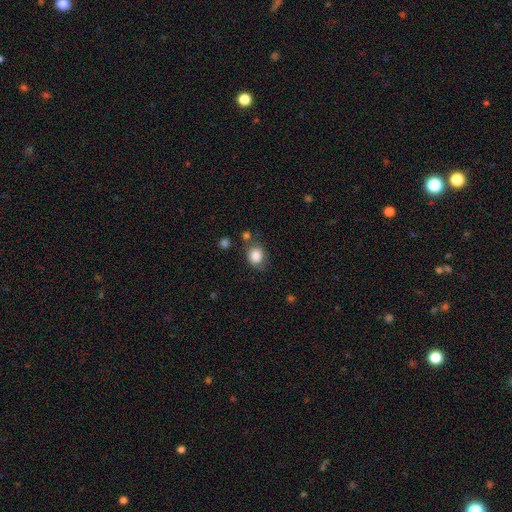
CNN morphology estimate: This is clearly a smooth galaxy (85%). How rounded: possibly round (57%). Merging: likely none (65%).